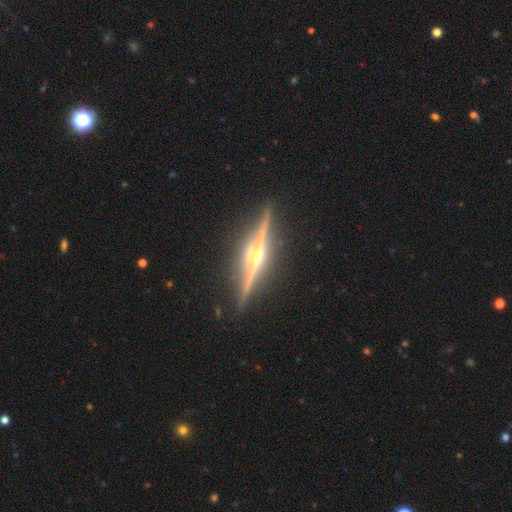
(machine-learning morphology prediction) This appears to be a featured or disk galaxy (89%) viewed edge-on (98%) with a rounded central bulge (93%). Merging: none (90%).